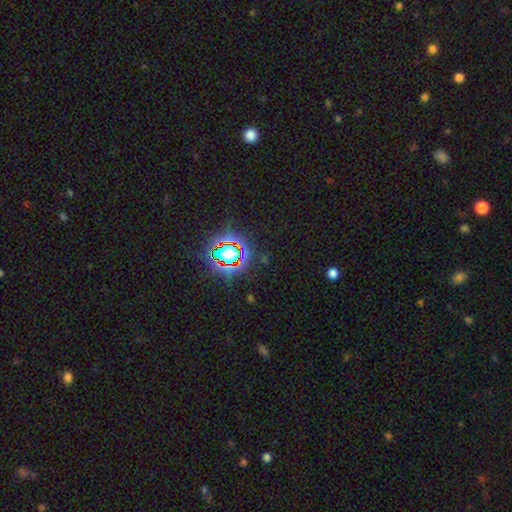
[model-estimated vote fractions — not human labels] A star or artifact, not a galaxy (81%).

Vote fractions:
- Smooth or featured? star or artifact: 81% / smooth: 11% / featured or disk: 8%